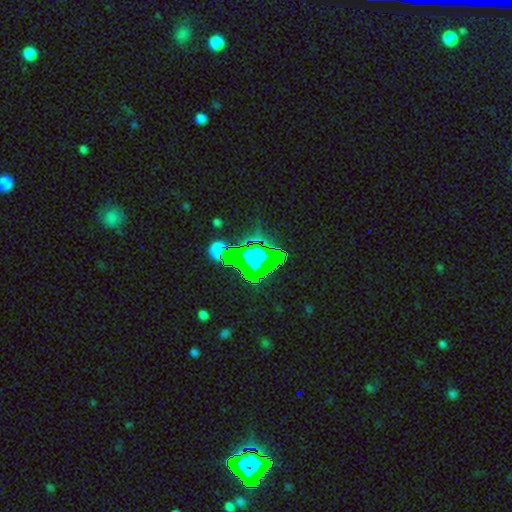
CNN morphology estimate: smooth-or-featured: star or artifact: 71% | smooth: 16% | featured or disk: 13%